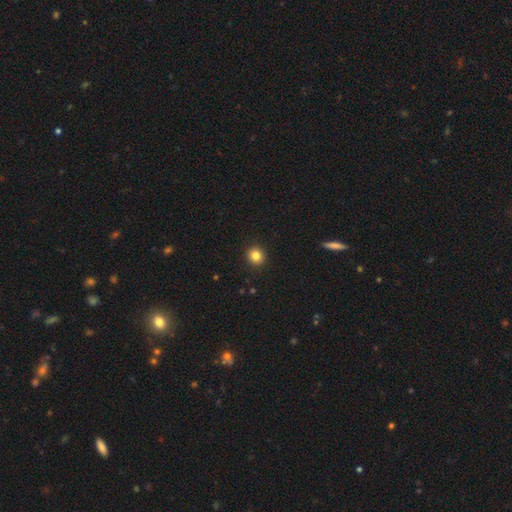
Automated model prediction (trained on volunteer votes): A smooth galaxy with no disk features (84%) that is round (87%).

Vote fractions:
- Smooth or featured? smooth: 84% / star or artifact: 11% / featured or disk: 5%
- How rounded? round: 87% / in between: 12% / cigar-shaped: 1%
- Merging? none: 92% / minor disturbance: 5% / major disturbance: 2% / merger: 1%